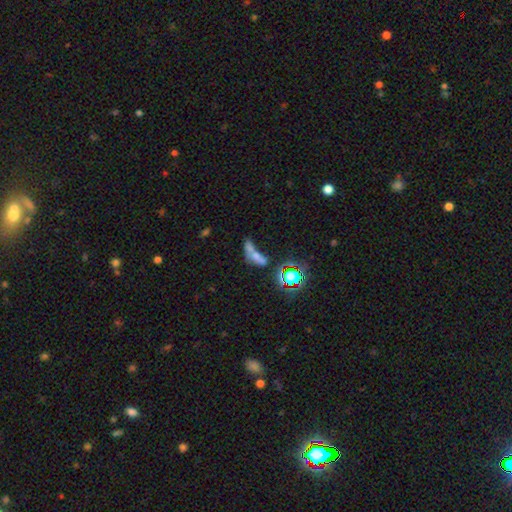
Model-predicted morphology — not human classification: smooth_or_featured: smooth (p=0.47) [alt: star or artifact p=0.27]
merging: merger (p=0.55) [alt: none p=0.20]